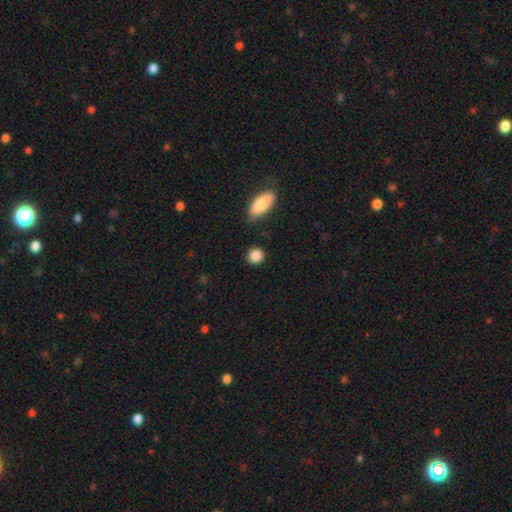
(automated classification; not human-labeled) Smooth or featured?
  - smooth: 88% *
  - star or artifact: 8%
  - featured or disk: 4%
How rounded?
  - round: 84% *
  - in between: 14%
  - cigar-shaped: 2%
Merging?
  - none: 87% *
  - minor disturbance: 8%
  - merger: 3%
  - major disturbance: 2%